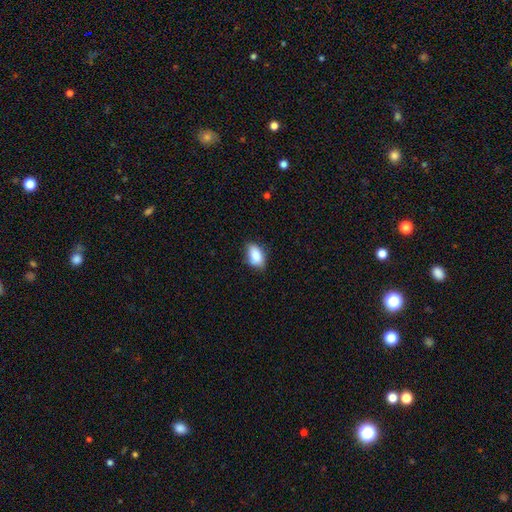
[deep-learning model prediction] Q: Smooth or featured?
A: smooth (84%); runner-up: featured or disk (8%)
Q: How rounded?
A: in between (89%); runner-up: round (9%)
Q: Merging?
A: none (71%); runner-up: minor disturbance (24%)